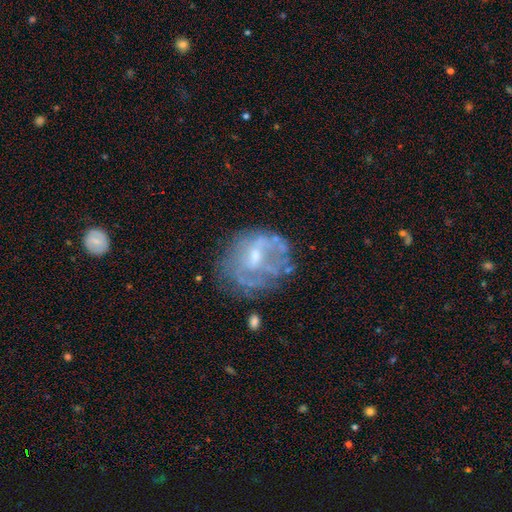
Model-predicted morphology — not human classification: smooth_or_featured: featured or disk (p=0.65) [alt: smooth p=0.24]
disk_edge_on: no (p=0.97) [alt: yes p=0.03]
bar: no (p=0.53) [alt: weak p=0.38]
has_spiral_arms: no (p=0.68) [alt: yes p=0.32]
bulge_size: small (p=0.45) [alt: moderate p=0.42]
merging: none (p=0.52) [alt: minor disturbance p=0.22]